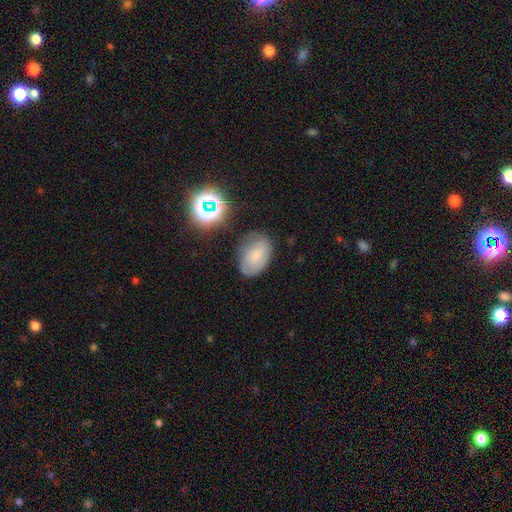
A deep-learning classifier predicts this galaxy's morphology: This appears to be a smooth galaxy with no disk features (66%) that is in between round and cigar-shaped (85%). Merging: none (68%).